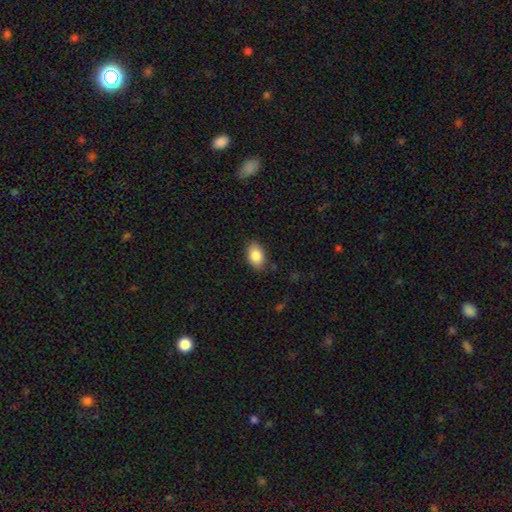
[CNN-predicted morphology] type=smooth (86%); roundness=in between (86%); merging=none (83%).